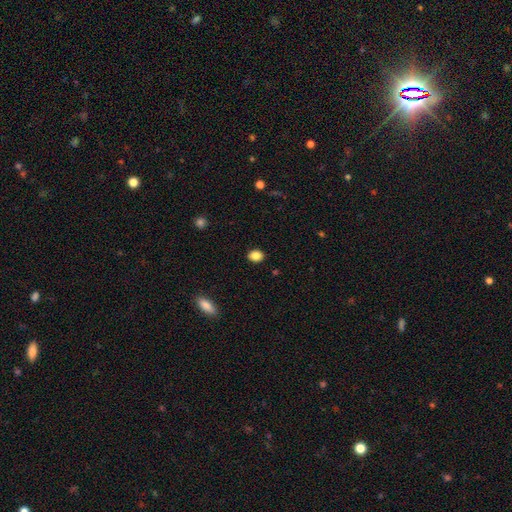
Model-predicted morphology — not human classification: smooth-or-featured: smooth: 86% | star or artifact: 9% | featured or disk: 4%
  how-rounded: in between: 50% | round: 49% | cigar-shaped: 1%
  merging: none: 90% | minor disturbance: 7% | major disturbance: 2% | merger: 1%